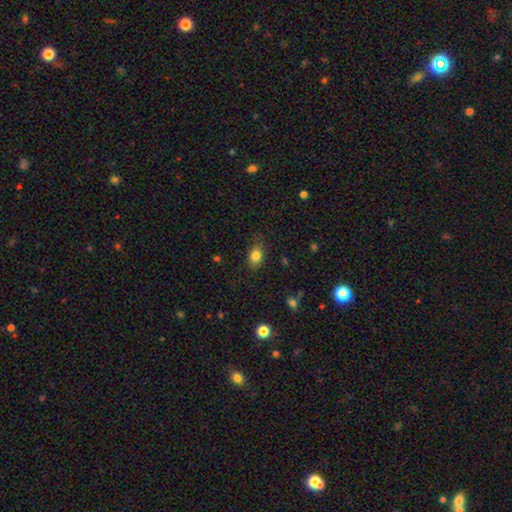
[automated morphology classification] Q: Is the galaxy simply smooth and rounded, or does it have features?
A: smooth — 81%.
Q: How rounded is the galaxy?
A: in between — 70%.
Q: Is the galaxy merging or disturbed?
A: none — 74%.